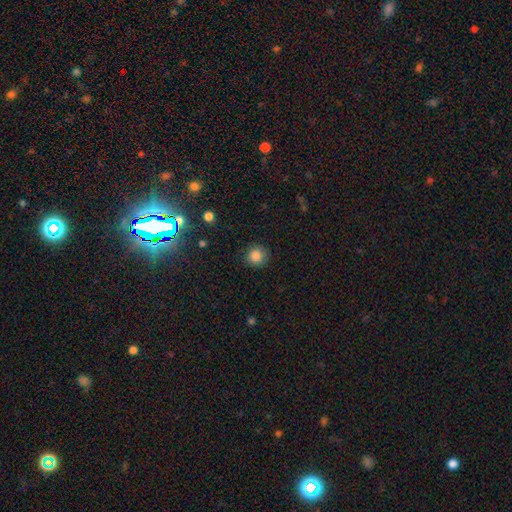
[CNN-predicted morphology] Overall: smooth (85%). How rounded: round (91%). Merging: none (87%).